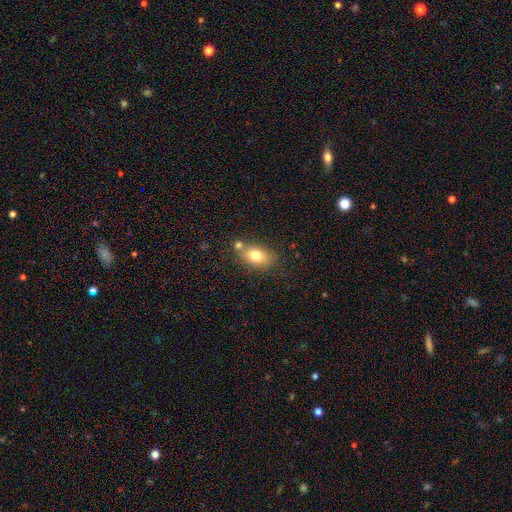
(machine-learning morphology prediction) This is likely a smooth galaxy (76%). How rounded: clearly in between (83%). Merging: likely none (61%).